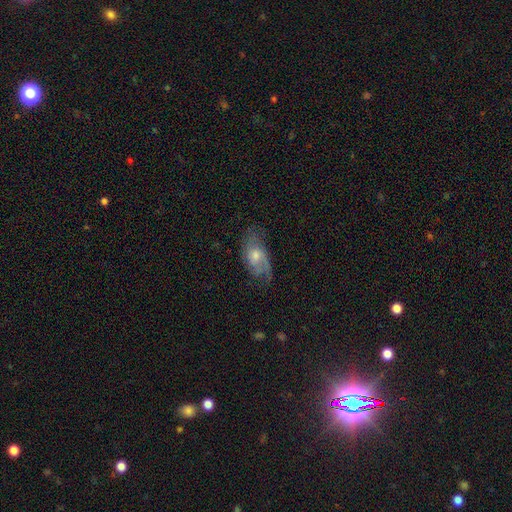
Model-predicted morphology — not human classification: Smooth or featured? Predicted: featured or disk (p=0.63). Edge-on disk? Predicted: no (p=0.92). Bar? Predicted: no (p=0.69). Spiral arms? Predicted: yes (p=0.84). Bulge size? Predicted: moderate (p=0.55). Merging? Predicted: none (p=0.57).